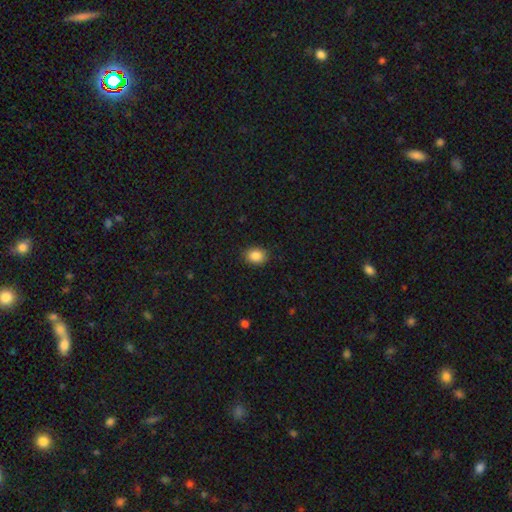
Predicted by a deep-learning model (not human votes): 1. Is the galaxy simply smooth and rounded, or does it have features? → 87% smooth, 9% star or artifact, 4% featured or disk.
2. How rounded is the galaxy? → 59% in between, 40% round, 1% cigar-shaped.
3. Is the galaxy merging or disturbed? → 88% none, 9% minor disturbance, 2% major disturbance, 1% merger.